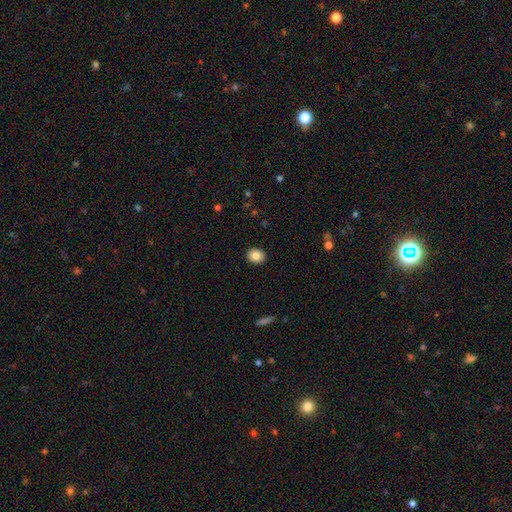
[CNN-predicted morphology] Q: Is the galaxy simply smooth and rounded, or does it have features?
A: smooth — 85%.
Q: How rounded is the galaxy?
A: round — 62%.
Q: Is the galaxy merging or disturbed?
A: none — 91%.